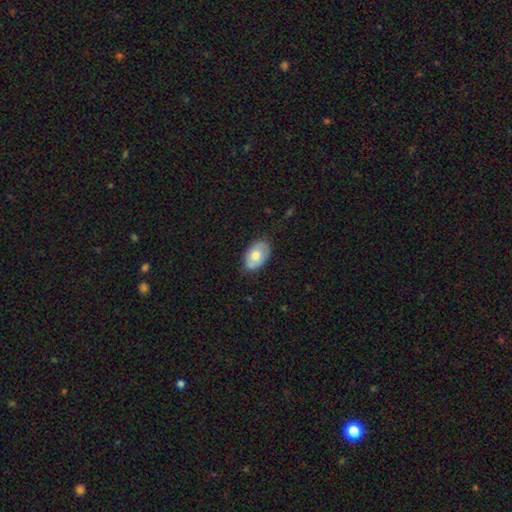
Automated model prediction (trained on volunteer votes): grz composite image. It shows a smooth galaxy with no disk features (70%) that is in between round and cigar-shaped (91%). Merging: none (78%).